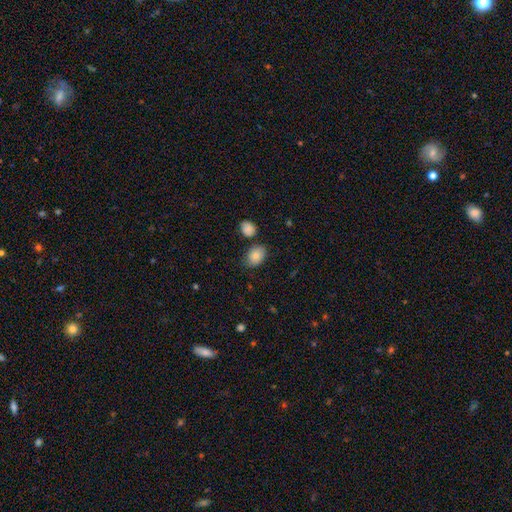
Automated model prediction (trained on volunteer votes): A smooth galaxy with no disk features (86%) that is in between round and cigar-shaped (77%).

Vote fractions:
- Smooth or featured? smooth: 86% / star or artifact: 8% / featured or disk: 6%
- How rounded? in between: 77% / round: 22% / cigar-shaped: 1%
- Merging? none: 75% / minor disturbance: 15% / merger: 7% / major disturbance: 4%